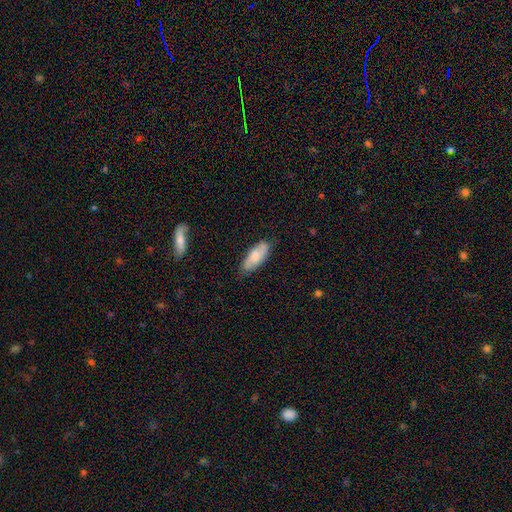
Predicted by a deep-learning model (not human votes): A smooth galaxy with no disk features (65%) that is in between round and cigar-shaped (78%). Merging: none (76%).